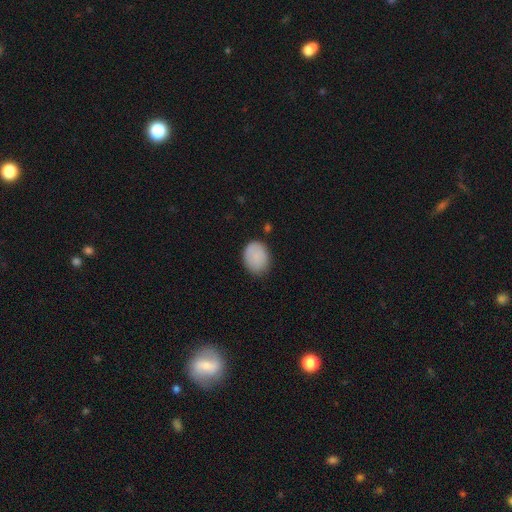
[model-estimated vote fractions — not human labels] smooth_or_featured: smooth (p=0.86) [alt: featured or disk p=0.07]
how_rounded: in between (p=0.60) [alt: round p=0.40]
merging: none (p=0.75) [alt: minor disturbance p=0.19]